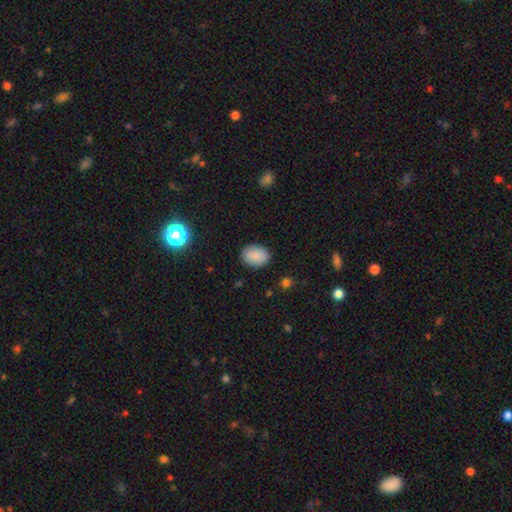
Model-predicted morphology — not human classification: Smooth or featured? Predicted: smooth (p=0.87). How rounded? Predicted: in between (p=0.74). Merging? Predicted: none (p=0.87).